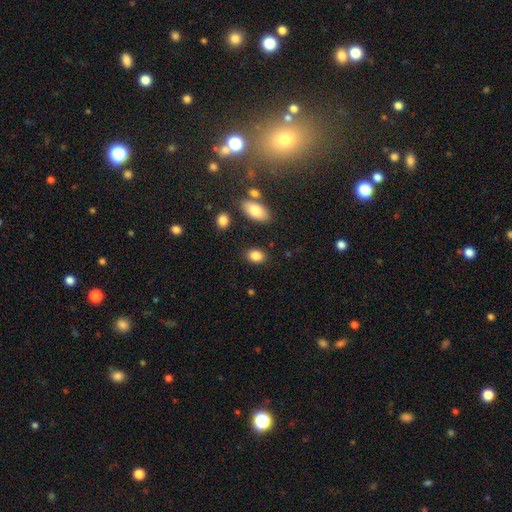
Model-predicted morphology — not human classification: smooth 86%, star or artifact 8%, featured or disk 6%. Down the decision tree: how rounded — in between (78%); merging — none (84%).